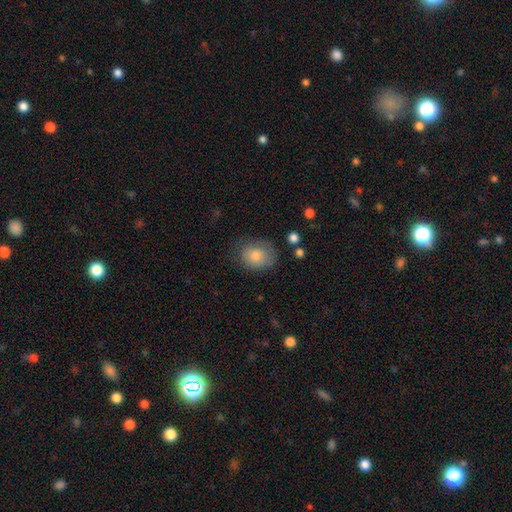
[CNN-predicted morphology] The model was most divided on "how rounded": in between: 50%, round: 49%, cigar-shaped: 1%. More confident: smooth or featured — smooth (78%); merging — none (69%).